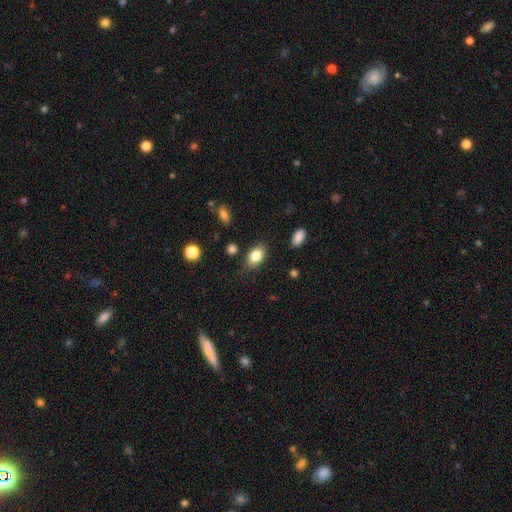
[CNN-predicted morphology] Smooth or featured? smooth (82%)
How rounded? in between (87%)
Merging? none (79%)